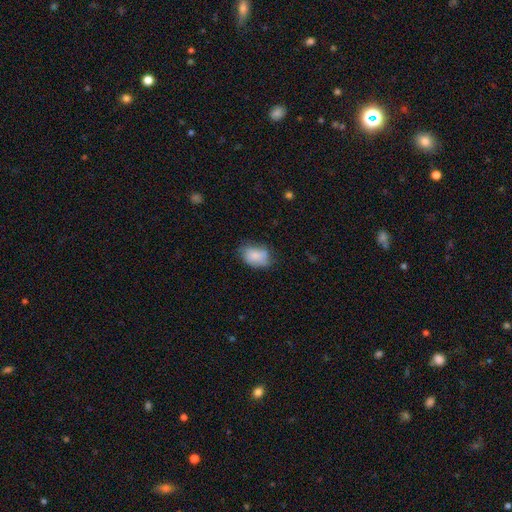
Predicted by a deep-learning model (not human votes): Overall: smooth (78%). How rounded: in between (81%). Merging: none (55%; minor disturbance 31%).